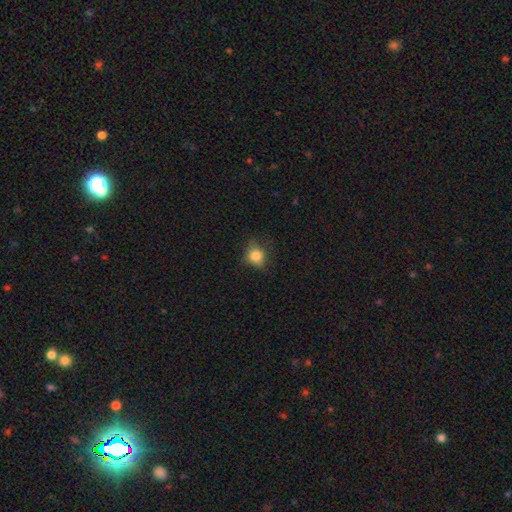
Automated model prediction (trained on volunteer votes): Smooth or featured? smooth (79%)
How rounded? round (70%)
Merging? none (64%)